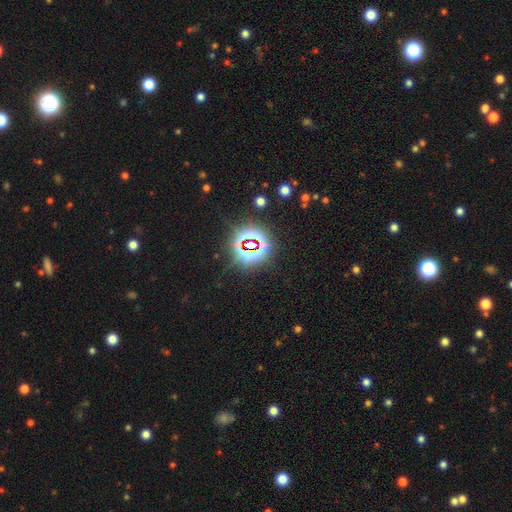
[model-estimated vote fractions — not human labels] Smooth or featured? star or artifact (80%)